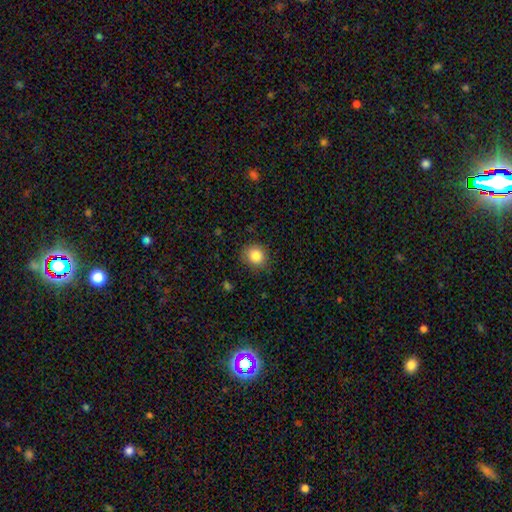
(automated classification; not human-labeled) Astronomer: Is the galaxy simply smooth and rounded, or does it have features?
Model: smooth — 84%.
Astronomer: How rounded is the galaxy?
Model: round — 83%.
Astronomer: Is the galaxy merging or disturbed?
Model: none — 85%.